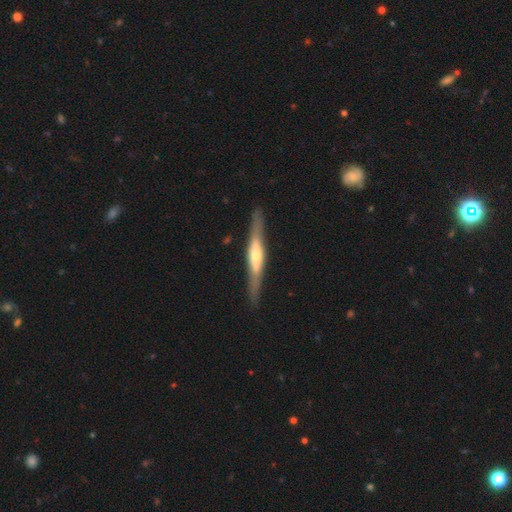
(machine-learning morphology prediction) This appears to be a featured or disk galaxy (68%) viewed edge-on (94%) with a rounded central bulge (77%). Merging: none (87%).